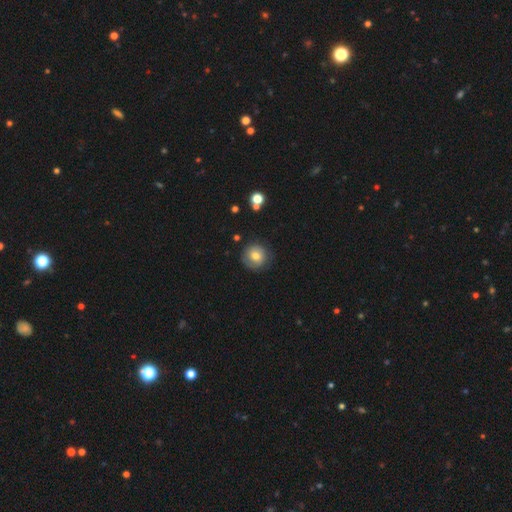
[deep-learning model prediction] smooth-or-featured: smooth: 67% | featured or disk: 23% | star or artifact: 10%
  how-rounded: round: 93% | in between: 6% | cigar-shaped: 1%
  merging: none: 79% | minor disturbance: 14% | major disturbance: 4% | merger: 2%